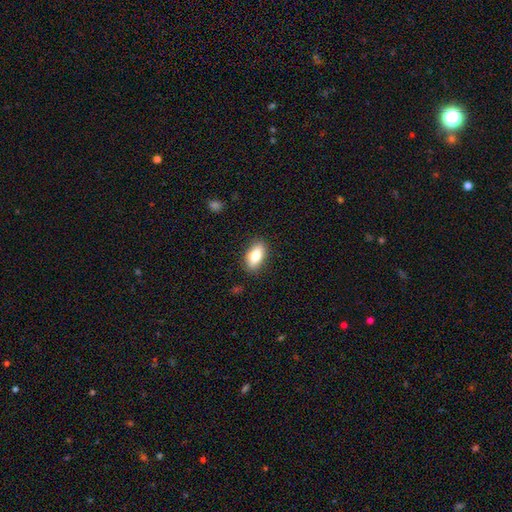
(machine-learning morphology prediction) smooth_or_featured: smooth (p=0.80) [alt: featured or disk p=0.12]
how_rounded: in between (p=0.88) [alt: cigar-shaped p=0.07]
merging: none (p=0.85) [alt: minor disturbance p=0.11]